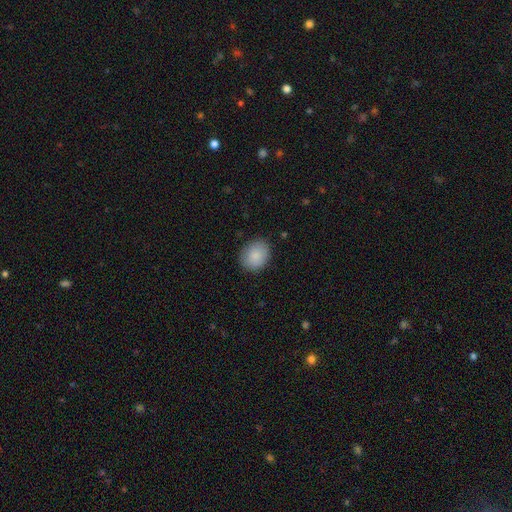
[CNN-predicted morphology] This appears to be a smooth galaxy with no disk features (87%) that is round (58%). Merging: none (87%).